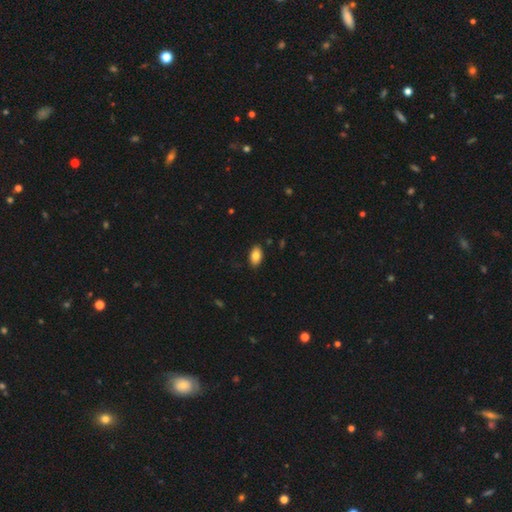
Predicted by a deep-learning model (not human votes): This is clearly a smooth galaxy (84%). How rounded: clearly in between (92%). Merging: clearly none (88%).